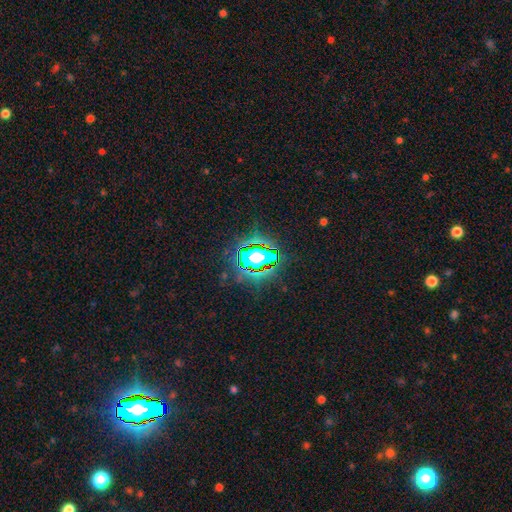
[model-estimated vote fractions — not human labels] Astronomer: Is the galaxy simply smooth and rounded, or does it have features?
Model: star or artifact — 82%.